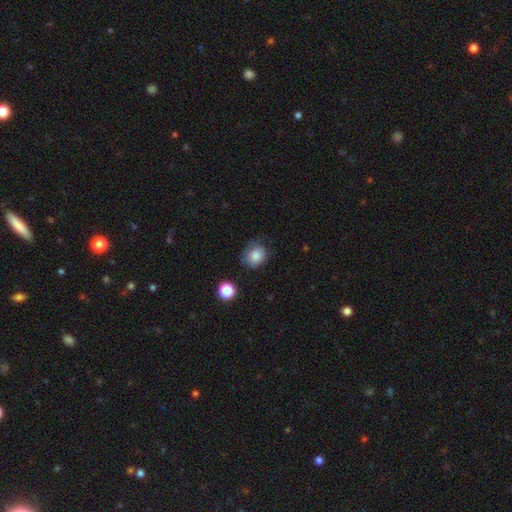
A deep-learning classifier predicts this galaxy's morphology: Smooth or featured: smooth — 81% (star or artifact — 10%)
How rounded: round — 63% (in between — 37%)
Merging: none — 61% (minor disturbance — 28%)